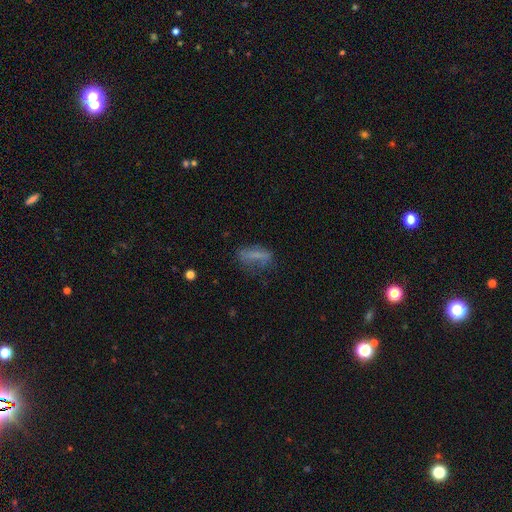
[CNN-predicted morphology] Q: Smooth or featured?
A: smooth (62%); runner-up: featured or disk (26%)
Q: How rounded?
A: in between (52%); runner-up: cigar-shaped (43%)
Q: Merging?
A: none (57%); runner-up: minor disturbance (24%)